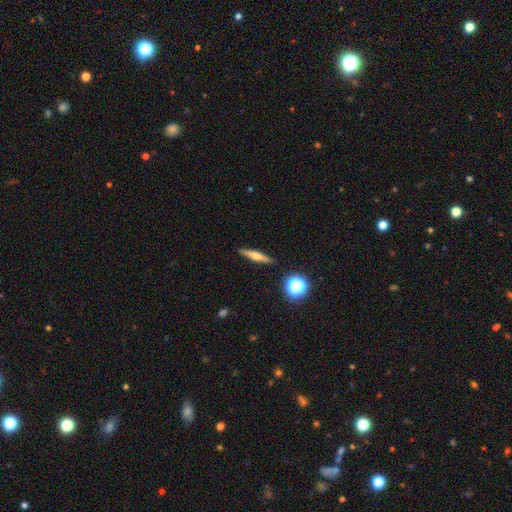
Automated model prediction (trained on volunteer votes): Overall: featured or disk (50%; smooth 41%). Edge-on disk: yes (96%). Merging: none (90%).